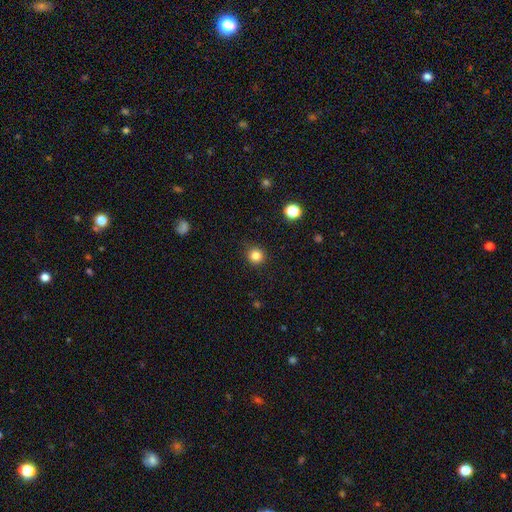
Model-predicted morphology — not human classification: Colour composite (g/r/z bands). It shows a smooth galaxy with no disk features (83%) that is round (94%). Merging: none (90%).